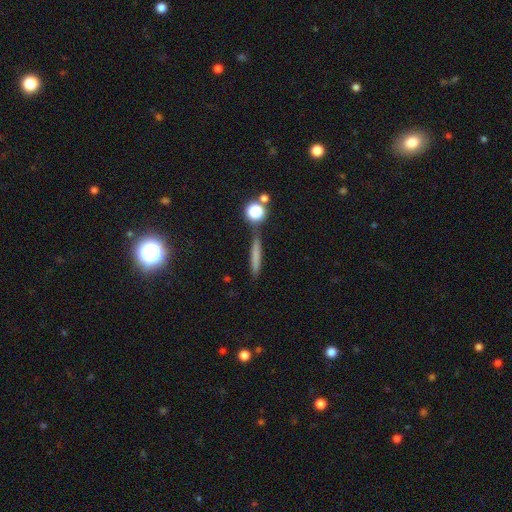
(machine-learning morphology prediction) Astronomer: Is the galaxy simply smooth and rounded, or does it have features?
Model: smooth — 67%.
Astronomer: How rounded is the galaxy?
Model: cigar-shaped — 87%.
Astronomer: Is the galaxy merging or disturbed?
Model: none — 78%.